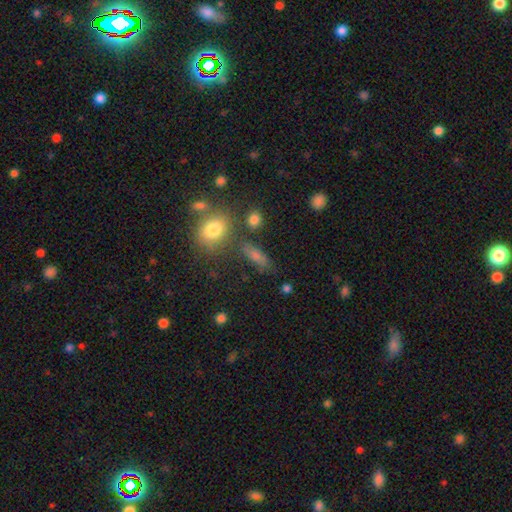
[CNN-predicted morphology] smooth_or_featured: smooth (p=0.74) [alt: featured or disk p=0.13]
how_rounded: in between (p=0.51) [alt: cigar-shaped p=0.36]
merging: none (p=0.69) [alt: minor disturbance p=0.16]